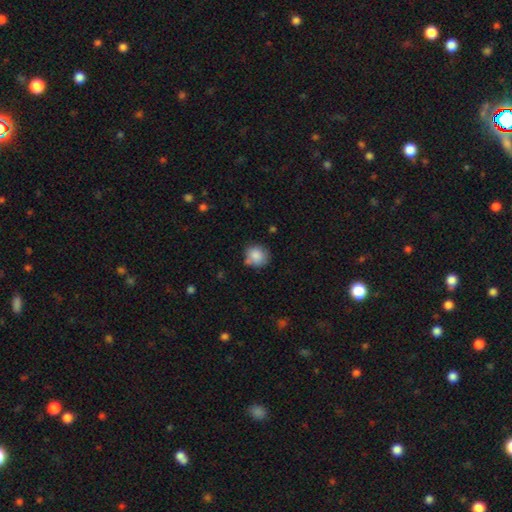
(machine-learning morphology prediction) smooth-or-featured: smooth: 85% | star or artifact: 8% | featured or disk: 6%
  how-rounded: round: 87% | in between: 12% | cigar-shaped: 1%
  merging: none: 70% | minor disturbance: 19% | merger: 6% | major disturbance: 4%